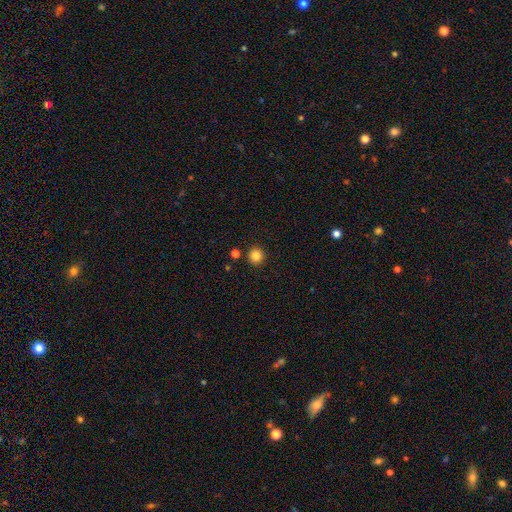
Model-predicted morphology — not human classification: smooth-or-featured: smooth: 84% | star or artifact: 12% | featured or disk: 4%
  how-rounded: round: 95% | in between: 4% | cigar-shaped: 1%
  merging: none: 90% | minor disturbance: 5% | merger: 3% | major disturbance: 2%